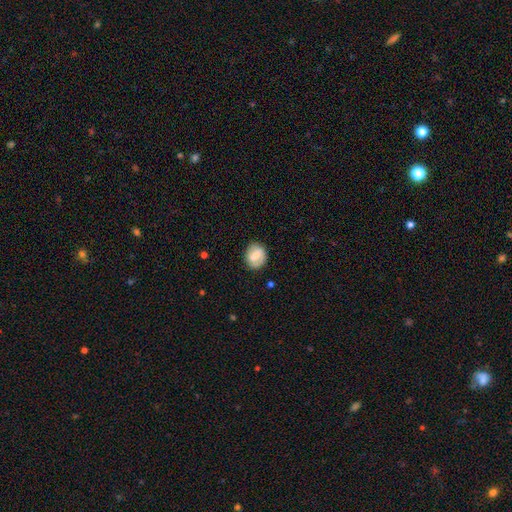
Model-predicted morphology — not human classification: Smooth or featured?
  - smooth: 64% *
  - featured or disk: 28%
  - star or artifact: 8%
How rounded?
  - round: 64% *
  - in between: 35%
  - cigar-shaped: 1%
Merging?
  - none: 78% *
  - minor disturbance: 16%
  - major disturbance: 5%
  - merger: 2%